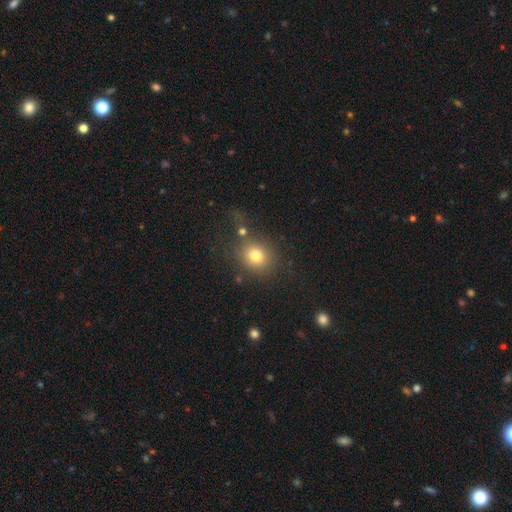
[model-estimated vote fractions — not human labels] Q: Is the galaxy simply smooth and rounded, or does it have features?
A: smooth — 77%.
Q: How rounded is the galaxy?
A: round — 73%.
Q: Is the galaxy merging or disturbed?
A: none — 72%.